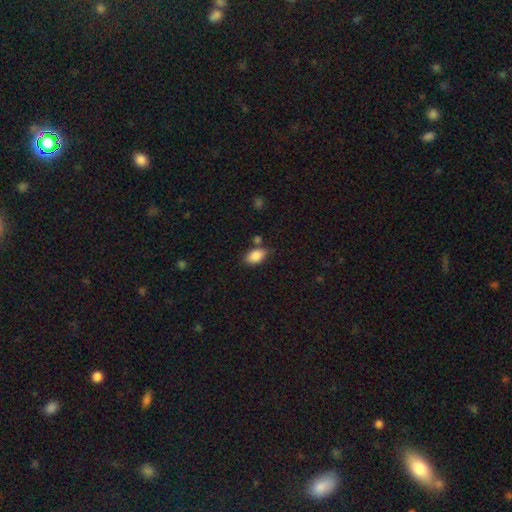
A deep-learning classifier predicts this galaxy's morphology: Q: Smooth or featured?
A: smooth (87%); runner-up: star or artifact (8%)
Q: How rounded?
A: in between (89%); runner-up: round (9%)
Q: Merging?
A: none (68%); runner-up: minor disturbance (19%)